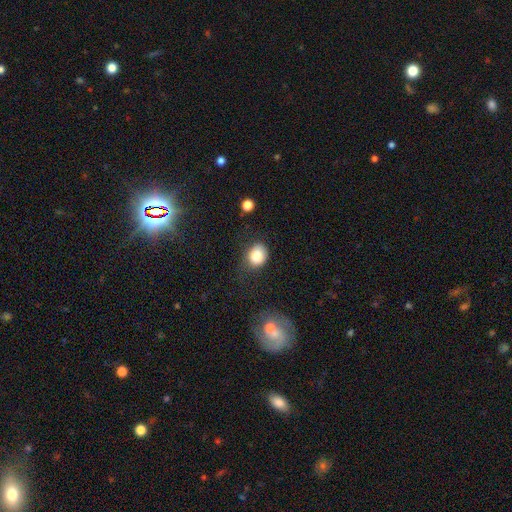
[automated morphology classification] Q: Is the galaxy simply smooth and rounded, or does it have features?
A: smooth — 84%.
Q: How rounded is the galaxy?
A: round — 58%.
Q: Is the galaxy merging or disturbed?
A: none — 64%.